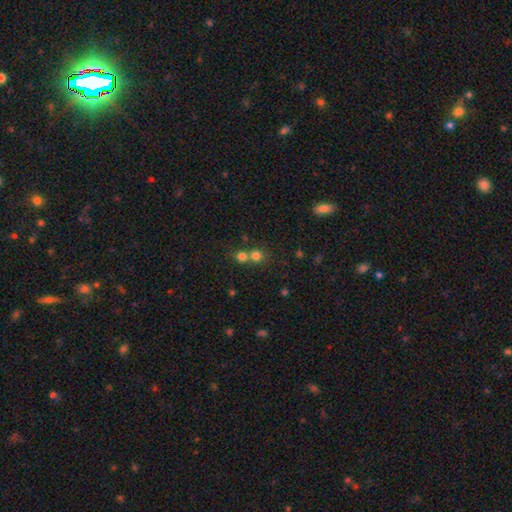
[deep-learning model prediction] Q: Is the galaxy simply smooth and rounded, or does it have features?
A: smooth — 75%.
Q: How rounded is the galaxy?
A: round — 88%.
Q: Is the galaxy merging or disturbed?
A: merger — 47%.